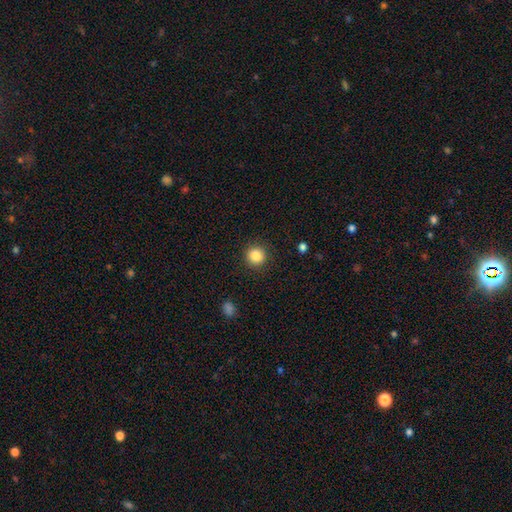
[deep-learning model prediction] Morphology: type=smooth (86%); roundness=round (93%); merging=none (90%).